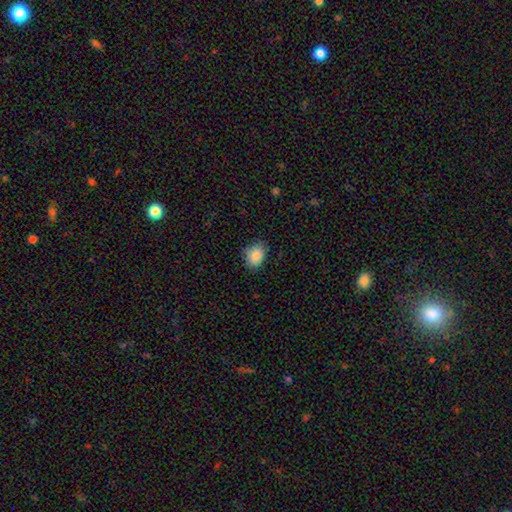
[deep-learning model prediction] A smooth galaxy with no disk features (88%) that is in between round and cigar-shaped (62%).

Vote fractions:
- Smooth or featured? smooth: 88% / star or artifact: 8% / featured or disk: 4%
- How rounded? in between: 62% / round: 37% / cigar-shaped: 1%
- Merging? none: 80% / minor disturbance: 16% / major disturbance: 3% / merger: 1%